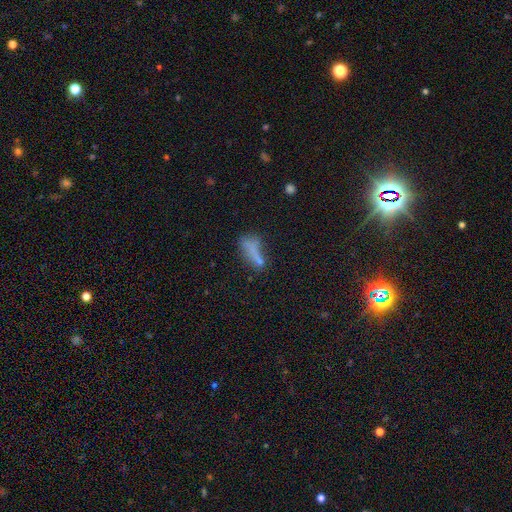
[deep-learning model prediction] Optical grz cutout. It shows a smooth galaxy with no disk features (62%) that is cigar-shaped (48%). Merging: none (41%).